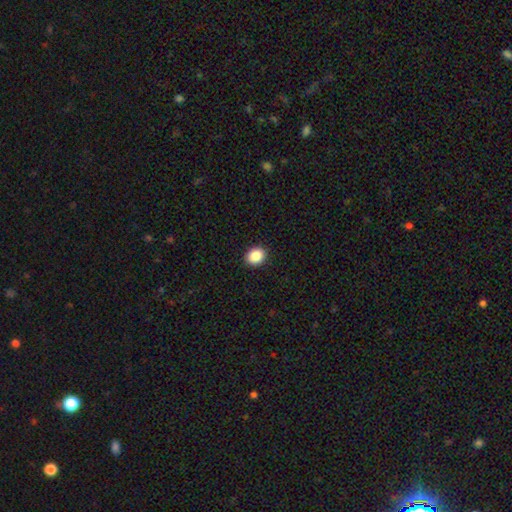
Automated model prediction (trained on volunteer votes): The model was most divided on "how rounded": round: 52%, in between: 47%, cigar-shaped: 1%. More confident: merging — none (92%); smooth or featured — smooth (87%).